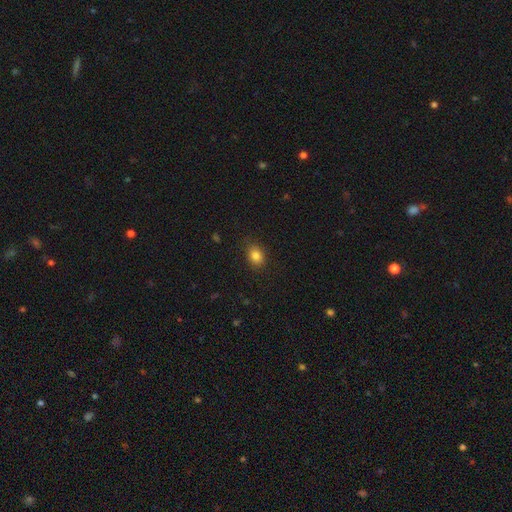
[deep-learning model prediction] This appears to be a smooth galaxy with no disk features (84%) that is in between round and cigar-shaped (61%). Merging: none (85%).